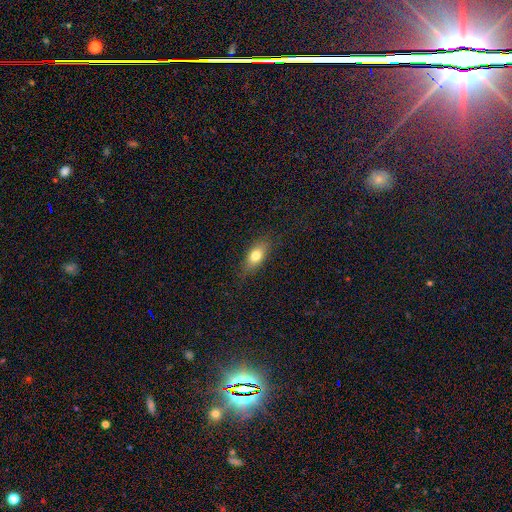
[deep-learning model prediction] The model was most divided on "smooth or featured": smooth: 76%, featured or disk: 15%, star or artifact: 9%. More confident: merging — none (82%); how rounded — in between (80%).